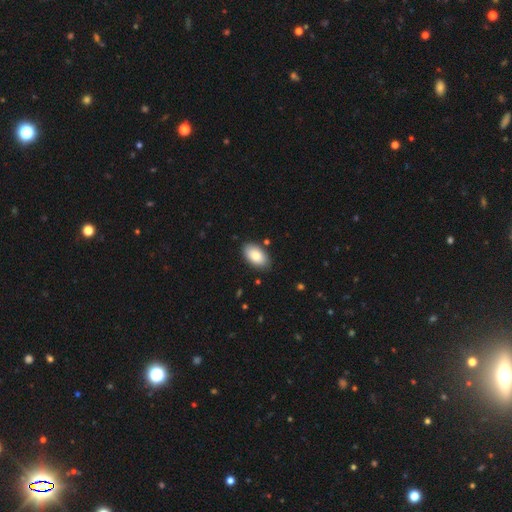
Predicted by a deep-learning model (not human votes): This appears to be a smooth galaxy with no disk features (83%) that is in between round and cigar-shaped (95%). Merging: none (85%).